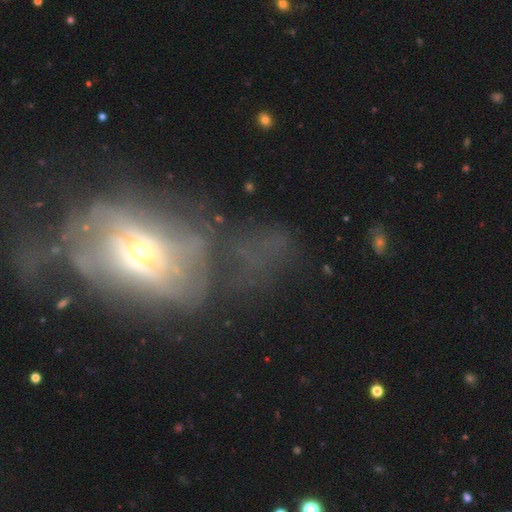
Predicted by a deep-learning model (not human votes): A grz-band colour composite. It shows a featured or disk galaxy (49%). Merging: major disturbance (48%).